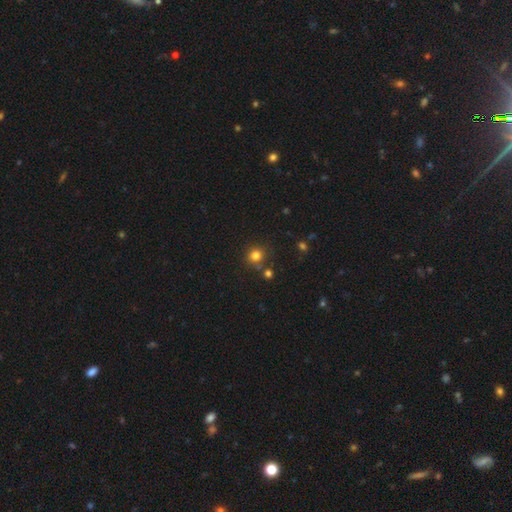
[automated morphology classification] This appears to be a smooth galaxy with no disk features (79%) that is round (90%). Merging: none (76%).